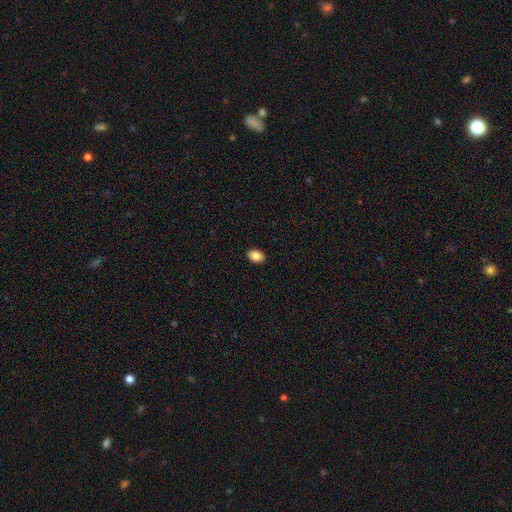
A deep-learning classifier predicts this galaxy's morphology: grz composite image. It shows a smooth galaxy with no disk features (87%) that is in between round and cigar-shaped (84%). Merging: none (91%).